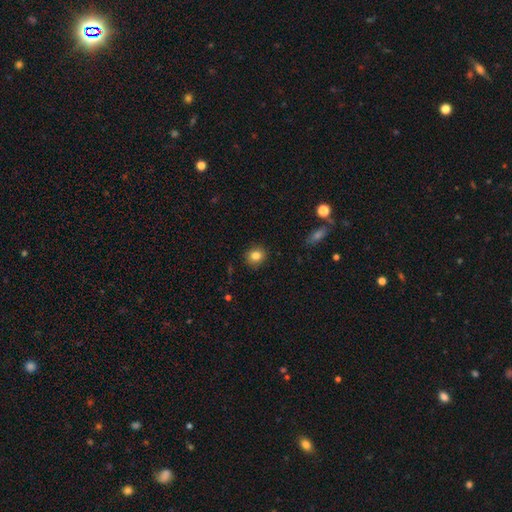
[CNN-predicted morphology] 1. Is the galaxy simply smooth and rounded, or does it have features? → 83% smooth, 10% star or artifact, 7% featured or disk.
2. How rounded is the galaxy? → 83% round, 16% in between, 1% cigar-shaped.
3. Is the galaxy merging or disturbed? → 90% none, 7% minor disturbance, 2% major disturbance, 1% merger.